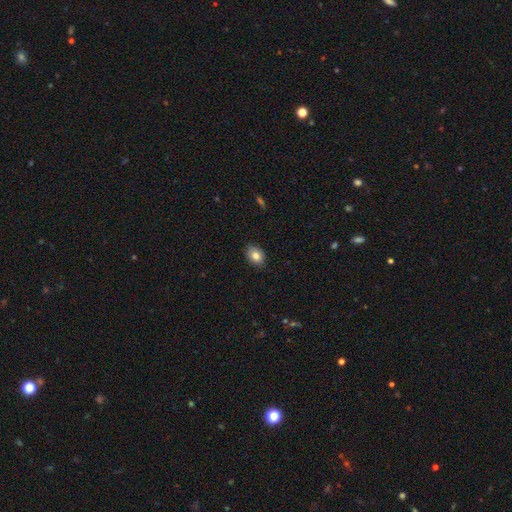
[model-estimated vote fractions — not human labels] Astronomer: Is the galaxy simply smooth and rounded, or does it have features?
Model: smooth — 83%.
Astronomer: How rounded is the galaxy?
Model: in between — 69%.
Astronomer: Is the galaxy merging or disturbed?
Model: none — 88%.